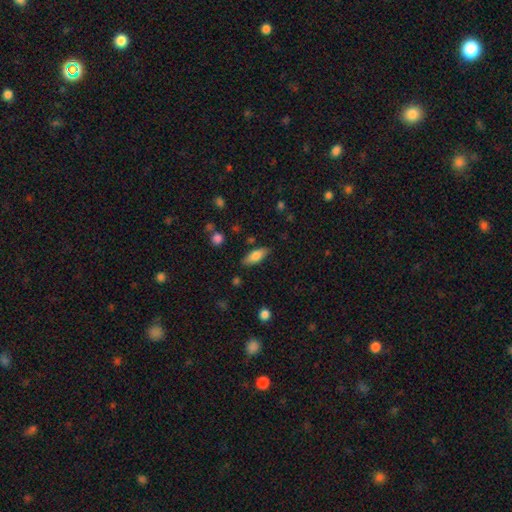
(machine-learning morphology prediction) Q: Smooth or featured?
A: smooth (77%); runner-up: featured or disk (17%)
Q: How rounded?
A: in between (73%); runner-up: cigar-shaped (24%)
Q: Merging?
A: none (82%); runner-up: minor disturbance (13%)